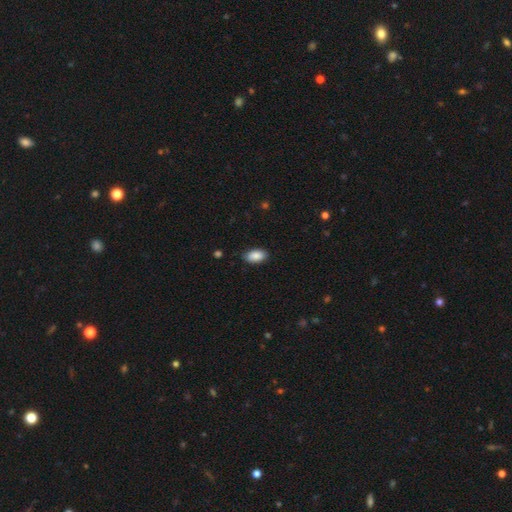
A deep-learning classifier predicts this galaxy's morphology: This is clearly a smooth galaxy (89%). How rounded: clearly in between (93%). Merging: clearly none (85%).